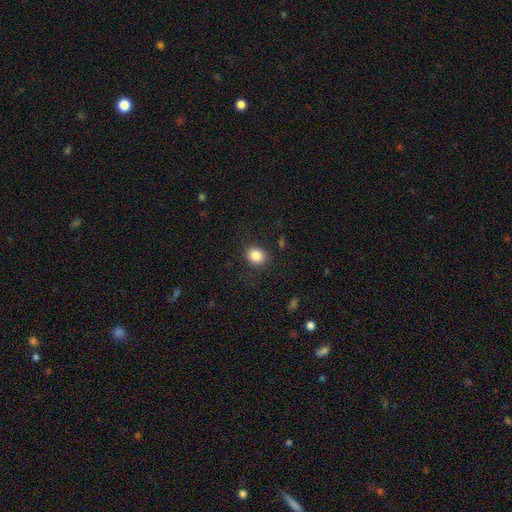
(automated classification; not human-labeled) smooth_or_featured: smooth (p=0.84) [alt: star or artifact p=0.10]
how_rounded: round (p=0.61) [alt: in between p=0.38]
merging: none (p=0.86) [alt: minor disturbance p=0.10]